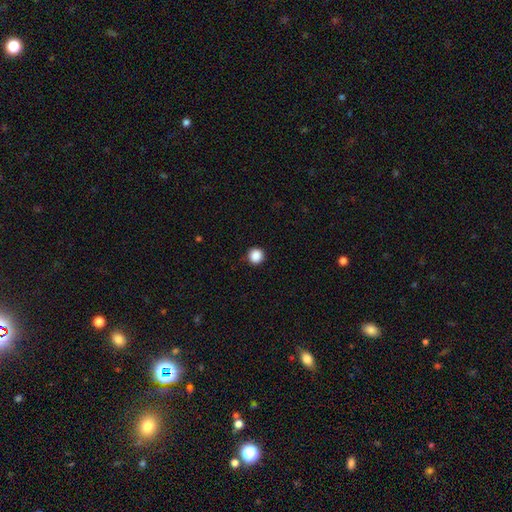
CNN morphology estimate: smooth_or_featured: smooth (p=0.88) [alt: star or artifact p=0.10]
how_rounded: round (p=0.95) [alt: in between p=0.04]
merging: none (p=0.91) [alt: minor disturbance p=0.06]